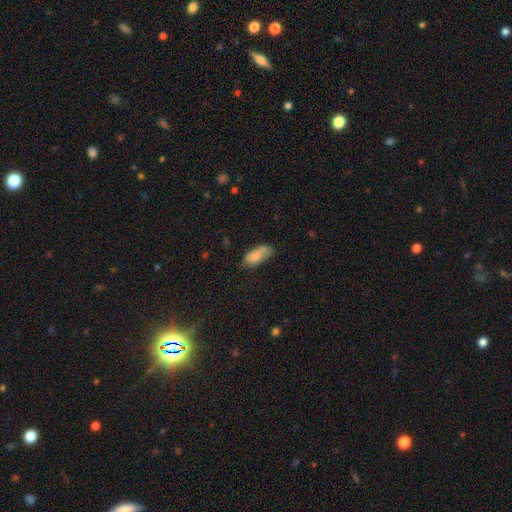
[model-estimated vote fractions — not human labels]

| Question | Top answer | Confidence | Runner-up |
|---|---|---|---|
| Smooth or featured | smooth | 77% | featured or disk (15%) |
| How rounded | in between | 83% | cigar-shaped (14%) |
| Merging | none | 51% | minor disturbance (31%) |